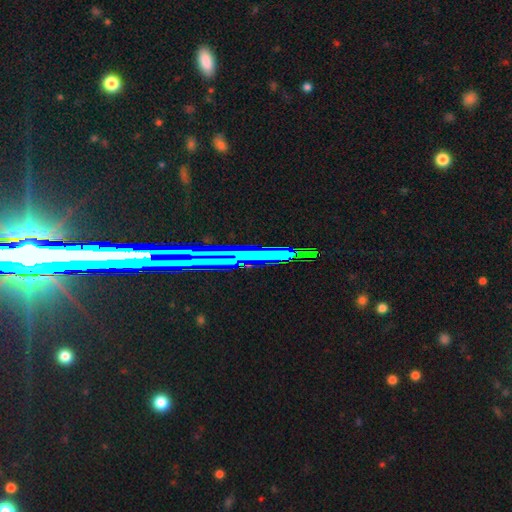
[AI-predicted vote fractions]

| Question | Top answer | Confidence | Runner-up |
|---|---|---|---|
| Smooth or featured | star or artifact | 56% | featured or disk (26%) |